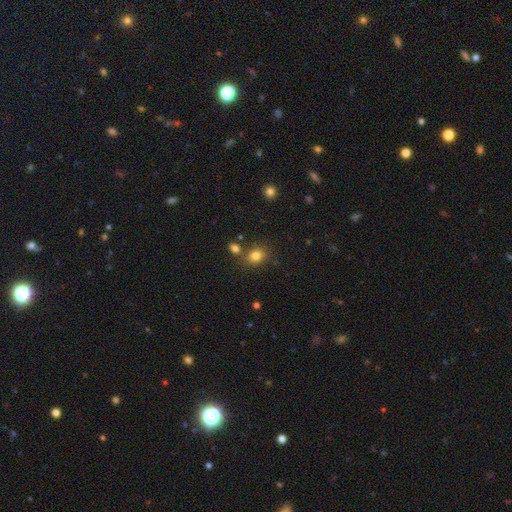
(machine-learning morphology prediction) smooth-or-featured: smooth: 80% | star or artifact: 13% | featured or disk: 7%
  how-rounded: round: 58% | in between: 41% | cigar-shaped: 1%
  merging: none: 71% | merger: 13% | minor disturbance: 12% | major disturbance: 4%